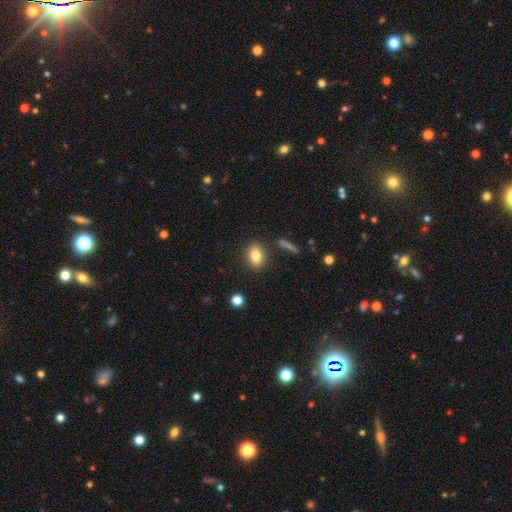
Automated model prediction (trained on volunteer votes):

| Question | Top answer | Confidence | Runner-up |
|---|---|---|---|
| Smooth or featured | smooth | 82% | featured or disk (9%) |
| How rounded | in between | 76% | round (21%) |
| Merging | none | 84% | minor disturbance (9%) |